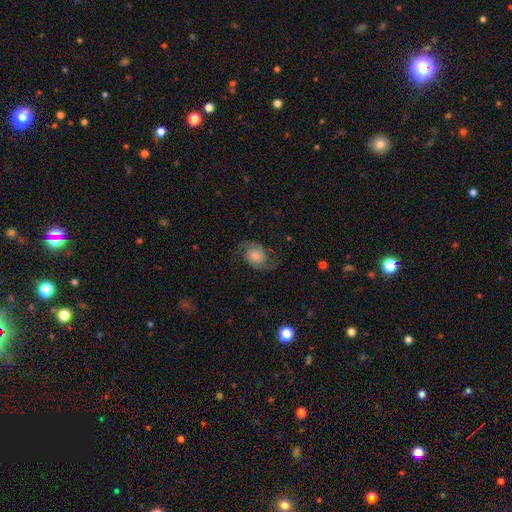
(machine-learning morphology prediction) smooth-or-featured: featured or disk: 76% | smooth: 16% | star or artifact: 8%
  disk-edge-on: no: 97% | yes: 3%
    bar: no: 74% | weak: 22% | strong: 4%
    has-spiral-arms: yes: 96% | no: 4%
      spiral-winding: loose: 44% | medium: 43% | tight: 13%
      spiral-arm-count: 2: 94% | can't tell: 2% | 1: 1% | 3: 1% | 4: 1% | more than 4: 1%
    bulge-size: moderate: 31% | small: 26% | large: 22% | none: 13% | dominant: 8%
  merging: none: 75% | minor disturbance: 15% | major disturbance: 8% | merger: 1%